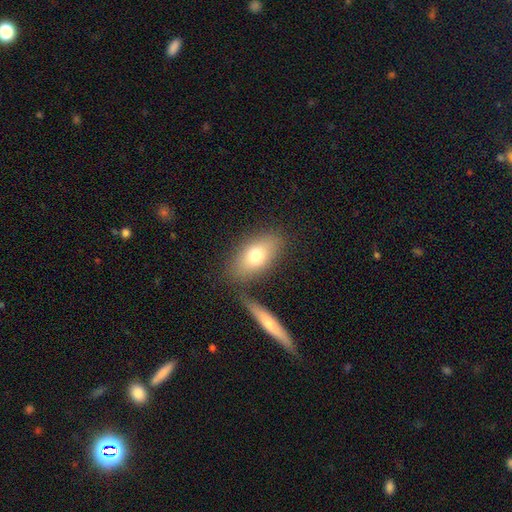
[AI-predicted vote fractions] This appears to be a smooth galaxy with no disk features (73%) that is in between round and cigar-shaped (85%). Merging: none (70%).